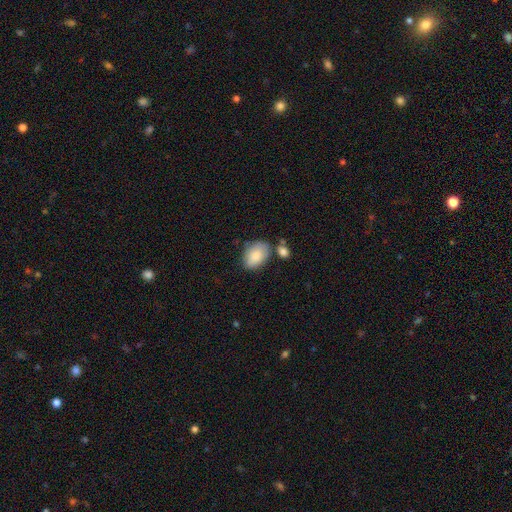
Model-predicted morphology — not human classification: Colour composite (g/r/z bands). It shows a smooth galaxy with no disk features (84%) that is in between round and cigar-shaped (87%). Merging: none (66%).